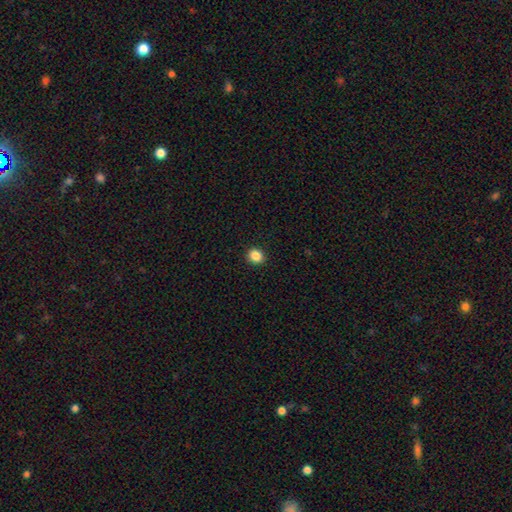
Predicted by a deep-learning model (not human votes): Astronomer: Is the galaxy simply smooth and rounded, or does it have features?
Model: smooth — 86%.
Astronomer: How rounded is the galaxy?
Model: round — 77%.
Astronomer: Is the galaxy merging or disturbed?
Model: none — 92%.